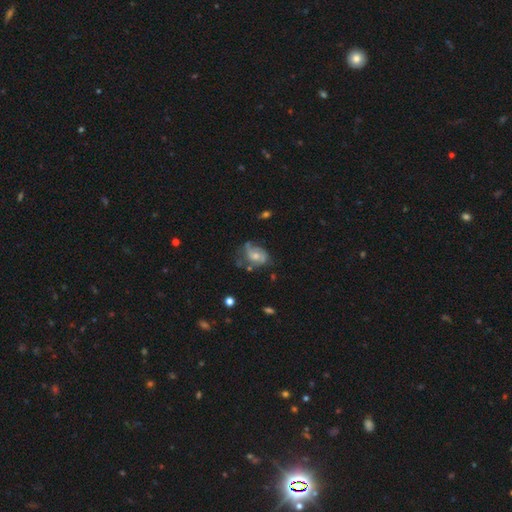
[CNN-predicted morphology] A featured or disk galaxy (64%) with no bar (67%), spiral arms (79%) and a moderate central bulge (56%).

Vote fractions:
- Smooth or featured? featured or disk: 64% / smooth: 27% / star or artifact: 9%
- Edge-on disk? no: 97% / yes: 3%
- Bar? no: 67% / weak: 28% / strong: 5%
- Spiral arms? yes: 79% / no: 21%
- Bulge size? moderate: 56% / small: 35% / large: 5% / none: 4% / dominant: 1%
- Merging? none: 42% / minor disturbance: 29% / major disturbance: 23% / merger: 5%